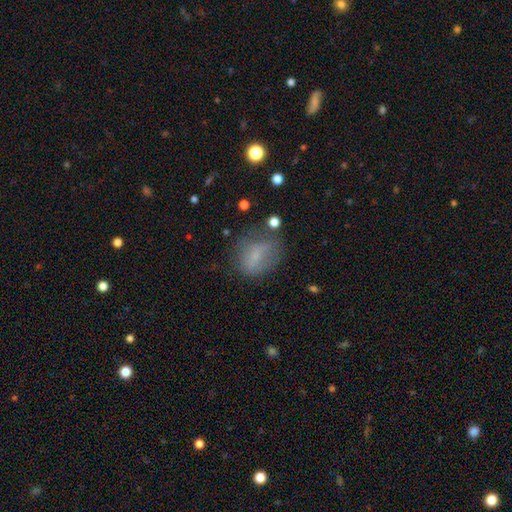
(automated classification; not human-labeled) Smooth or featured?
  - smooth: 67% *
  - featured or disk: 21%
  - star or artifact: 13%
How rounded?
  - in between: 60% *
  - round: 37%
  - cigar-shaped: 2%
Merging?
  - none: 51% *
  - minor disturbance: 27%
  - major disturbance: 19%
  - merger: 4%